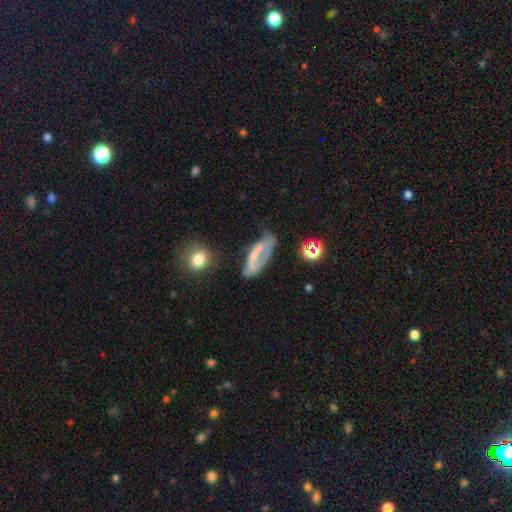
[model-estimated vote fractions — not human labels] Overall: featured or disk (54%; smooth 35%). Edge-on disk: no (83%). Merging: none (47%; minor disturbance 25%).